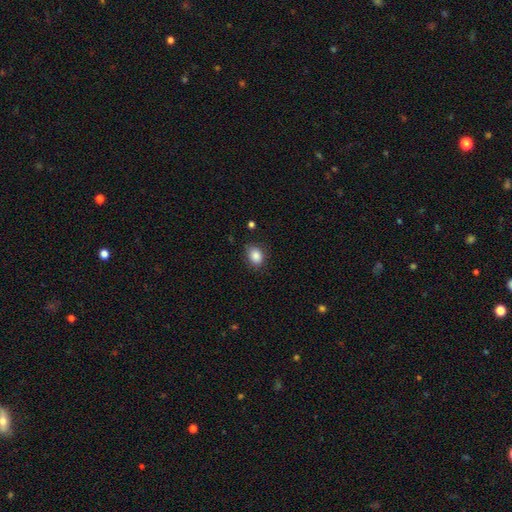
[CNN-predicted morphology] Smooth or featured? smooth (87%)
How rounded? in between (63%)
Merging? none (81%)